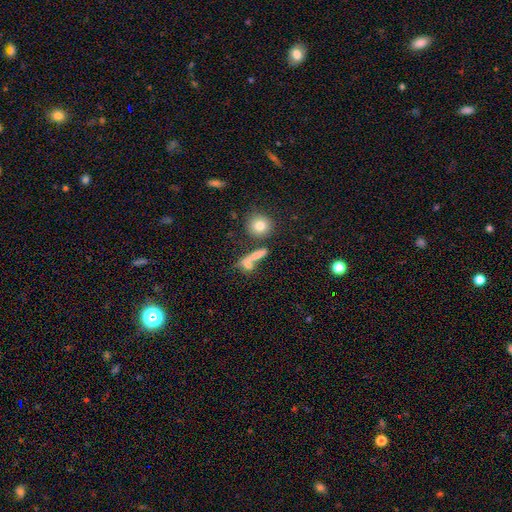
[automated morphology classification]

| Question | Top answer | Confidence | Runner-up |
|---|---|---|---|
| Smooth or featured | smooth | 67% | featured or disk (20%) |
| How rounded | cigar-shaped | 49% | in between (27%) |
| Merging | none | 53% | merger (27%) |